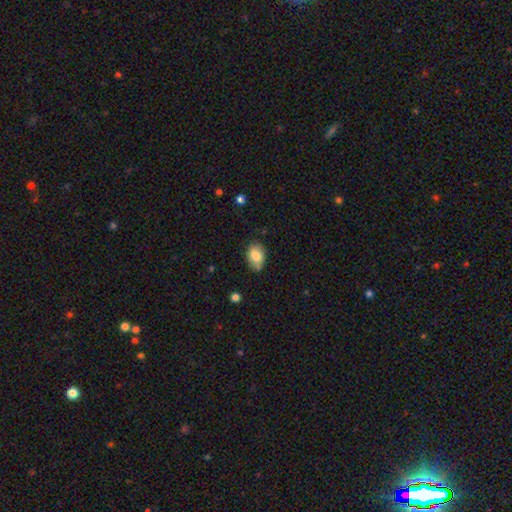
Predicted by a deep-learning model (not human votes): smooth-or-featured: smooth: 82% | featured or disk: 10% | star or artifact: 8%
  how-rounded: in between: 82% | round: 17% | cigar-shaped: 1%
  merging: none: 66% | minor disturbance: 24% | merger: 5% | major disturbance: 4%